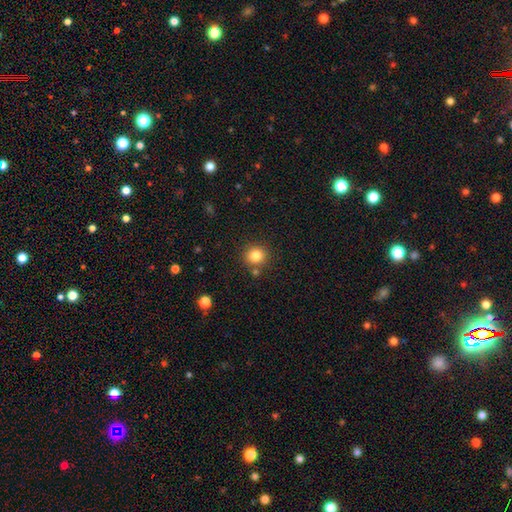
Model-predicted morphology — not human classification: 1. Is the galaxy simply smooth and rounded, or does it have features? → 82% smooth, 12% star or artifact, 6% featured or disk.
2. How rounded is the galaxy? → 91% round, 8% in between, 1% cigar-shaped.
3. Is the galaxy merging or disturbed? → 82% none, 8% minor disturbance, 8% merger, 3% major disturbance.